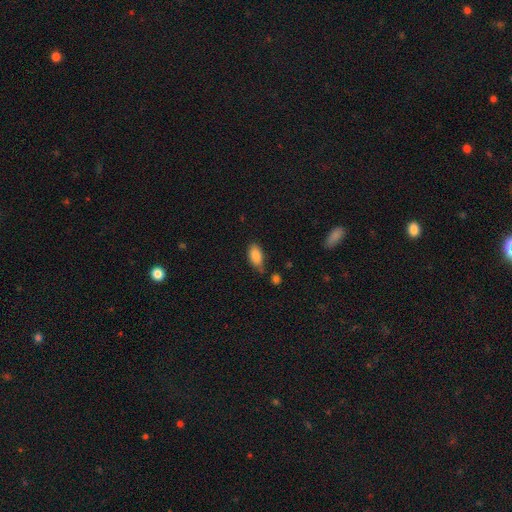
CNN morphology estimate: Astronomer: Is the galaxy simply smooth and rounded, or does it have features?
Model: smooth — 85%.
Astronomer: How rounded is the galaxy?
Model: in between — 91%.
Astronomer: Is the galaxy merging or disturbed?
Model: none — 64%.